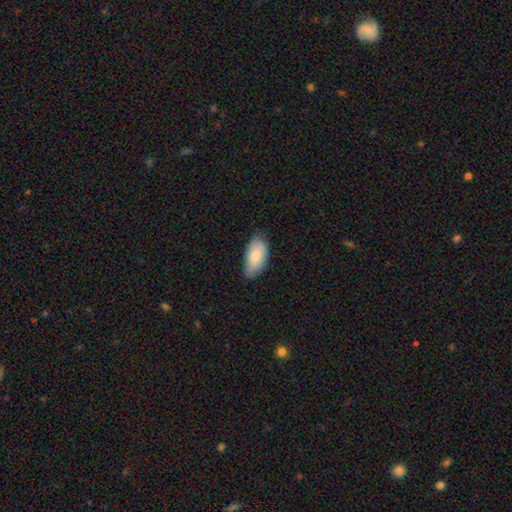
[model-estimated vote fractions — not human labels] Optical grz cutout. It shows a smooth galaxy with no disk features (81%) that is in between round and cigar-shaped (94%). Merging: none (71%).